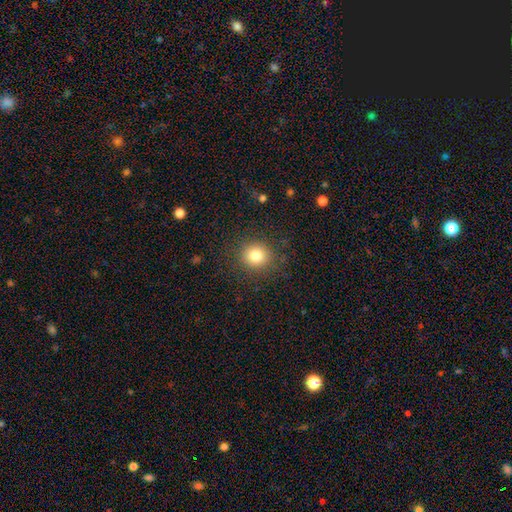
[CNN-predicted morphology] Smooth or featured? Predicted: smooth (p=0.82). How rounded? Predicted: round (p=0.88). Merging? Predicted: none (p=0.88).